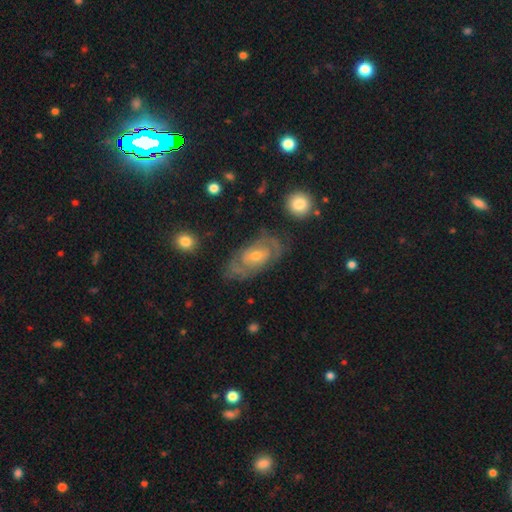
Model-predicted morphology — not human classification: The model was most divided on "bulge size": moderate: 48%, small: 47%, large: 2%, none: 2%, dominant: 1%. Remaining: edge-on disk — no (93%); spiral arms — yes (87%); smooth or featured — featured or disk (77%); merging — none (73%); bar — no (63%); spiral winding — tight (61%); spiral arm count — 2 (41%).